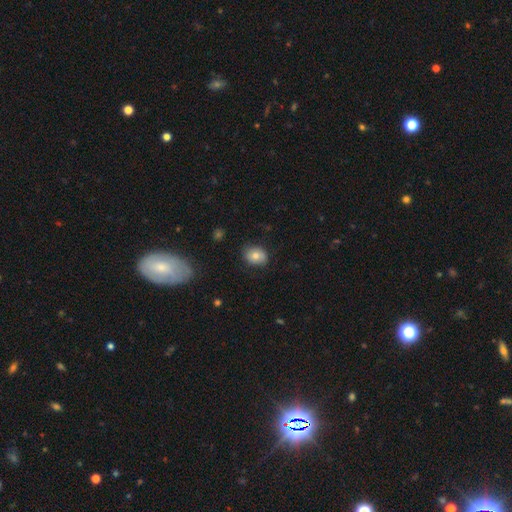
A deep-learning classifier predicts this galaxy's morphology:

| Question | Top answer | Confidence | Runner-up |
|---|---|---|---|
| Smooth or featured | smooth | 78% | featured or disk (13%) |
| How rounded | in between | 60% | round (39%) |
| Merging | none | 80% | minor disturbance (15%) |